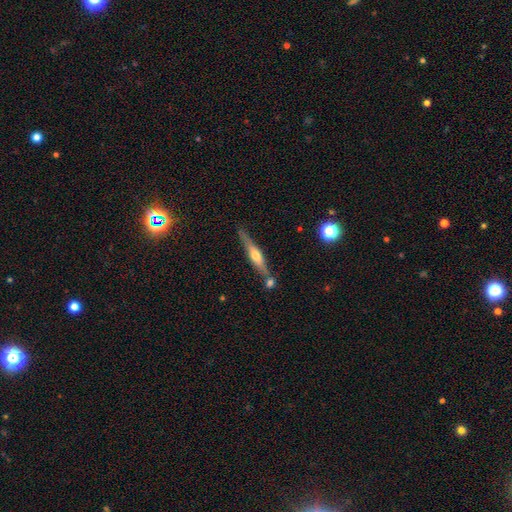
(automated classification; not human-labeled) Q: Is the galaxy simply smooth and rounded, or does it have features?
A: featured or disk — 64%.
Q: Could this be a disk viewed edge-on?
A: yes — 94%.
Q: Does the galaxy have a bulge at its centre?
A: rounded — 85%.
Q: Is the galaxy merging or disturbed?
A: none — 72%.